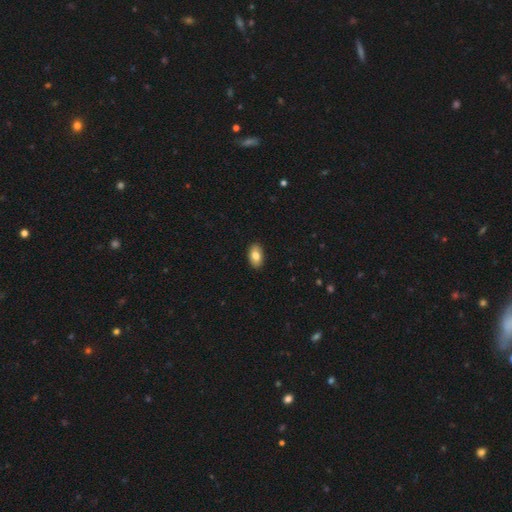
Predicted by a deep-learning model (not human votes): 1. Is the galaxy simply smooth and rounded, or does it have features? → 81% smooth, 12% featured or disk, 7% star or artifact.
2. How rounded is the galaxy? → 92% in between, 7% round, 2% cigar-shaped.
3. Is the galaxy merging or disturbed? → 89% none, 8% minor disturbance, 2% major disturbance, 1% merger.